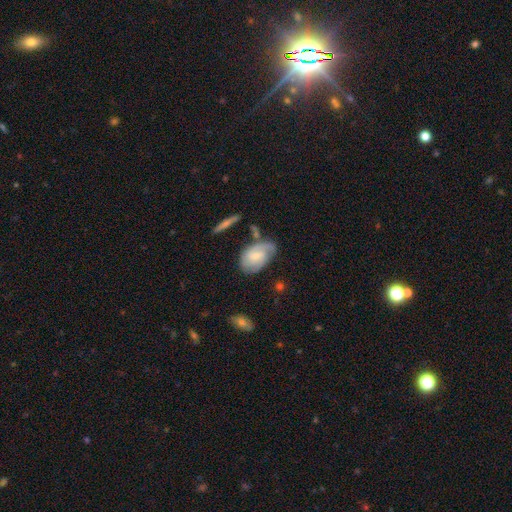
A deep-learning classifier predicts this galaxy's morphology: smooth-or-featured: featured or disk: 62% | smooth: 32% | star or artifact: 6%
  disk-edge-on: no: 95% | yes: 5%
    bar: no: 50% | weak: 43% | strong: 7%
    has-spiral-arms: yes: 89% | no: 11%
      spiral-winding: tight: 43% | medium: 42% | loose: 16%
      spiral-arm-count: 2: 46% | can't tell: 26% | 3: 14% | 1: 9% | 4: 3% | more than 4: 2%
    bulge-size: small: 54% | moderate: 33% | none: 9% | large: 3% | dominant: 1%
  merging: none: 57% | minor disturbance: 25% | major disturbance: 10% | merger: 7%